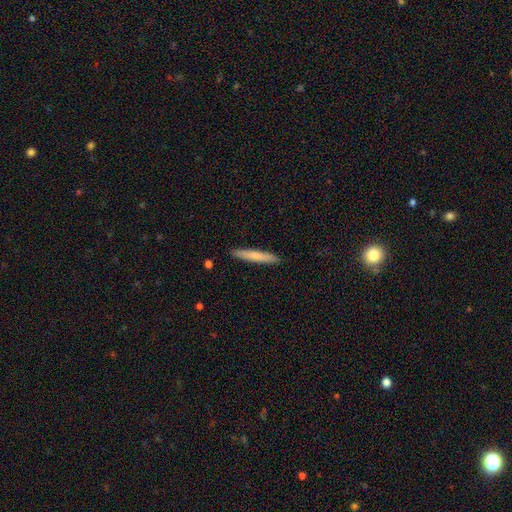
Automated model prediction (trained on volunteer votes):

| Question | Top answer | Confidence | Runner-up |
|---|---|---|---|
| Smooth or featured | smooth | 73% | featured or disk (21%) |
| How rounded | cigar-shaped | 95% | in between (4%) |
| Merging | none | 92% | minor disturbance (6%) |